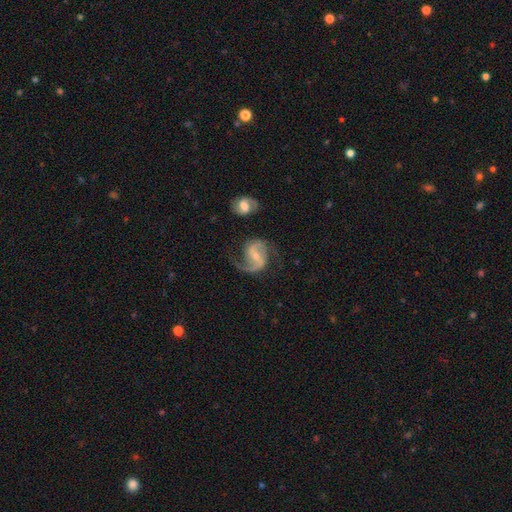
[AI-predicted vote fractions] A featured or disk galaxy (89%) with a weak bar (47%), 2 (83%) medium (50%) spiral arms (97%) and a small central bulge (54%).

Vote fractions:
- Smooth or featured? featured or disk: 89% / smooth: 6% / star or artifact: 5%
- Edge-on disk? no: 98% / yes: 2%
- Bar? weak: 47% / strong: 32% / no: 21%
- Spiral arms? yes: 97% / no: 3%
- Spiral winding? medium: 50% / loose: 39% / tight: 11%
- Spiral arm count? 2: 83% / 1: 11% / can't tell: 3% / 3: 1% / 4: 1% / more than 4: 1%
- Bulge size? small: 54% / moderate: 38% / none: 5% / large: 2% / dominant: 1%
- Merging? none: 64% / minor disturbance: 18% / major disturbance: 14% / merger: 5%